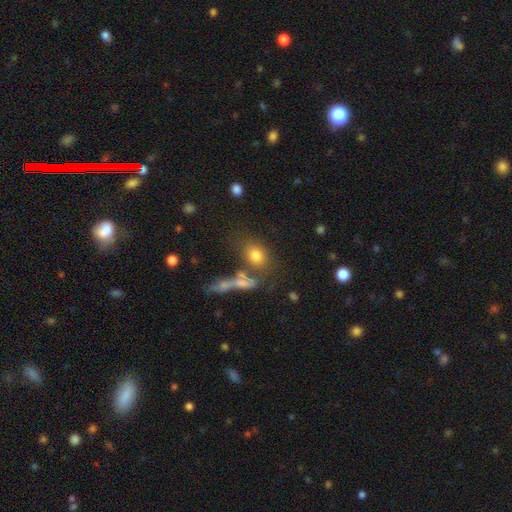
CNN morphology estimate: Smooth or featured? smooth (75%)
How rounded? in between (57%)
Merging? none (59%)